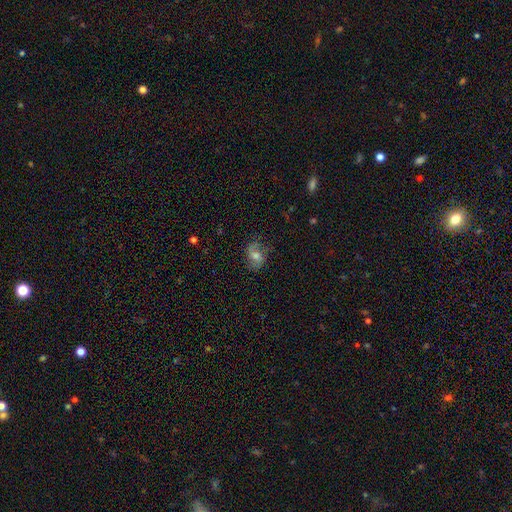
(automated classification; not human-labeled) Smooth or featured: featured or disk — 49% (smooth — 39%)
Merging: none — 68% (minor disturbance — 21%)